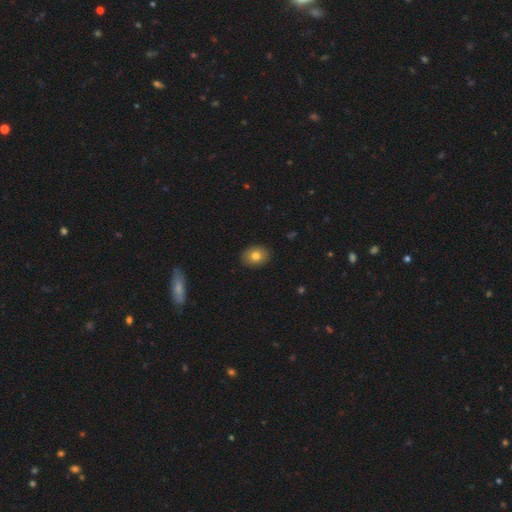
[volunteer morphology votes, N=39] A smooth galaxy with no disk features (85%) that is in between round and cigar-shaped (70%).

Vote fractions:
- Smooth or featured? smooth: 85% / featured or disk: 10% / star or artifact: 5%
- How rounded? in between: 70% / round: 30% / cigar-shaped: 0%
- Merging? none: 89% / merger: 5% / minor disturbance: 3% / major disturbance: 3%